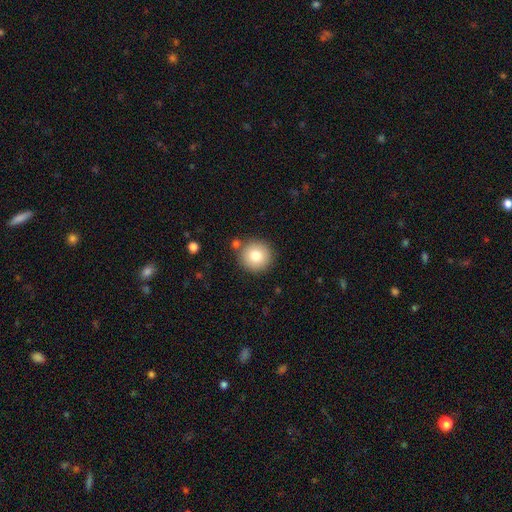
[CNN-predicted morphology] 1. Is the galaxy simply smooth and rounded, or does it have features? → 79% smooth, 11% featured or disk, 10% star or artifact.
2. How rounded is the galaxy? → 95% round, 4% in between, 1% cigar-shaped.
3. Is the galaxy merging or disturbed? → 82% none, 8% minor disturbance, 7% merger, 3% major disturbance.